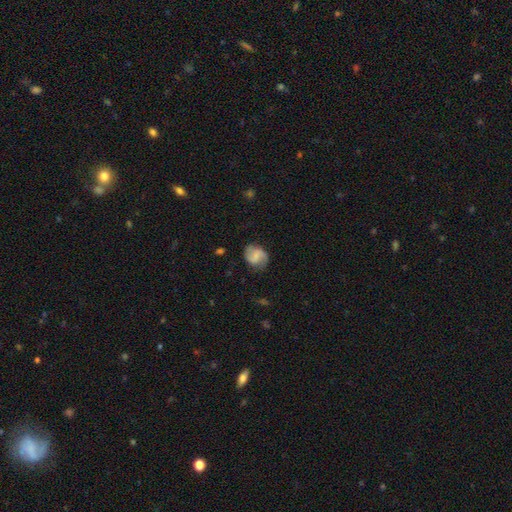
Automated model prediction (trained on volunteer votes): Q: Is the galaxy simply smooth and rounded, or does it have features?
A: featured or disk — 61%.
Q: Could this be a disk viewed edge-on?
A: no — 98%.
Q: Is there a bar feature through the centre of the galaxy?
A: weak — 50%.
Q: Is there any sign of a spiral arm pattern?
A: yes — 90%.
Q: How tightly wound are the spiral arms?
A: loose — 42%, tied with medium.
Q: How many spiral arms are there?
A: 2 — 88%.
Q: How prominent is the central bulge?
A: small — 41%.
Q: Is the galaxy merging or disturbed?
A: none — 75%.